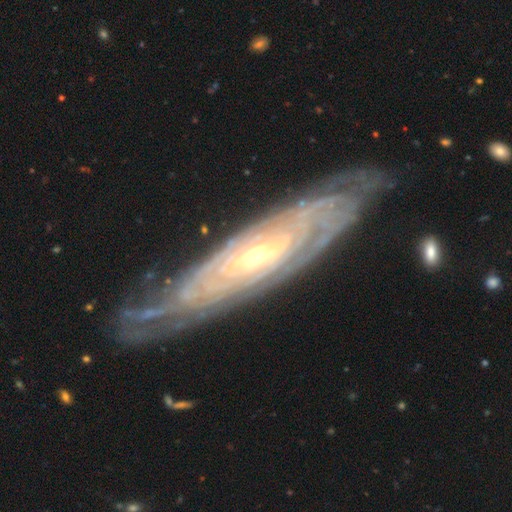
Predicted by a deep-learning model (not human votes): Smooth or featured: featured or disk — 88% (smooth — 7%)
Edge-on disk: no — 77% (yes — 23%)
Bar: no — 62% (weak — 26%)
Spiral arms: yes — 94% (no — 6%)
Spiral winding: tight — 82% (medium — 14%)
Spiral arm count: can't tell — 52% (more than 4 — 13%)
Bulge size: small — 71% (moderate — 26%)
Merging: none — 76% (minor disturbance — 17%)